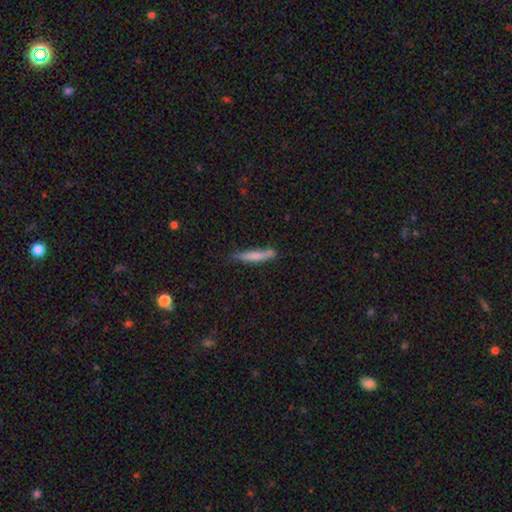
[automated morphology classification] Smooth or featured: smooth — 74% (featured or disk — 20%)
How rounded: cigar-shaped — 90% (in between — 9%)
Merging: none — 70% (minor disturbance — 22%)